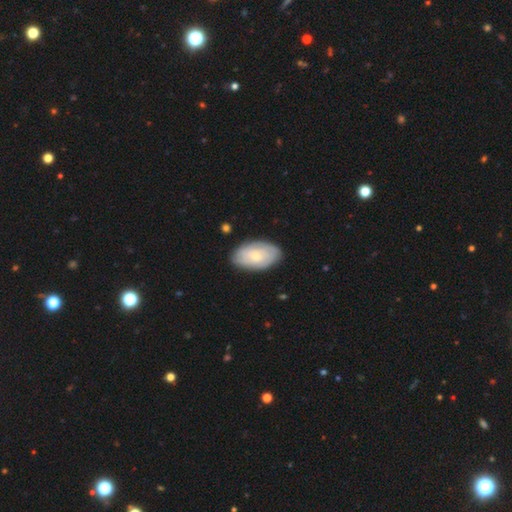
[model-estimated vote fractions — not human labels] A smooth galaxy with no disk features (56%) that is in between round and cigar-shaped (93%).

Vote fractions:
- Smooth or featured? smooth: 56% / featured or disk: 38% / star or artifact: 6%
- How rounded? in between: 93% / round: 5% / cigar-shaped: 2%
- Merging? none: 83% / minor disturbance: 13% / major disturbance: 3% / merger: 1%